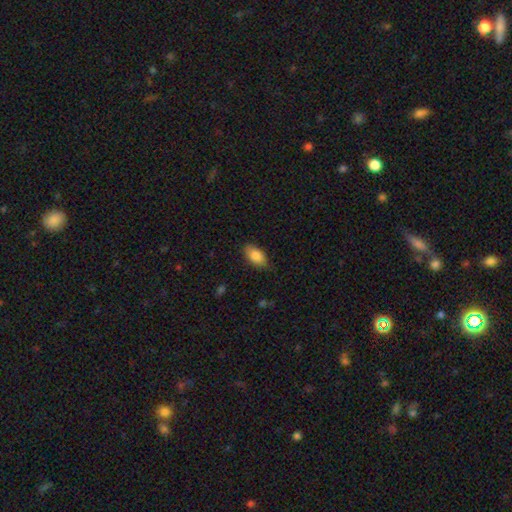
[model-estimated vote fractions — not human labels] smooth-or-featured: smooth: 85% | featured or disk: 8% | star or artifact: 7%
  how-rounded: in between: 92% | round: 4% | cigar-shaped: 4%
  merging: none: 81% | minor disturbance: 15% | major disturbance: 3% | merger: 1%